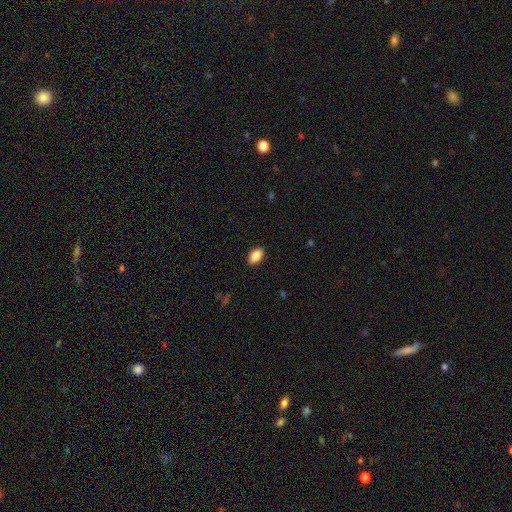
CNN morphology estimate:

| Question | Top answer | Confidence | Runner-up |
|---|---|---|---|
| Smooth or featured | smooth | 89% | star or artifact (7%) |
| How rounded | in between | 93% | round (5%) |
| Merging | none | 89% | minor disturbance (8%) |